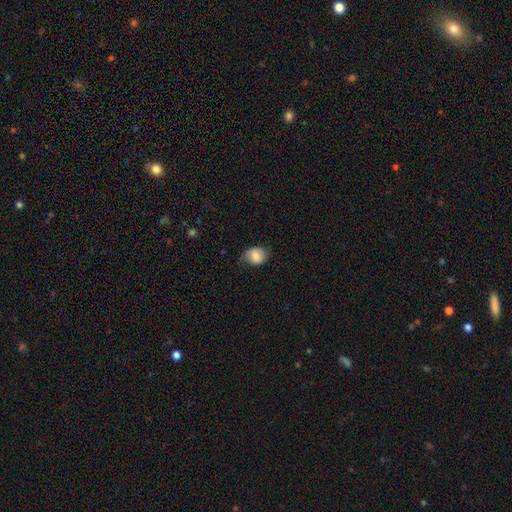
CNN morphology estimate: smooth 79%, featured or disk 13%, star or artifact 8%. Down the decision tree: how rounded — in between (55%); merging — none (67%).